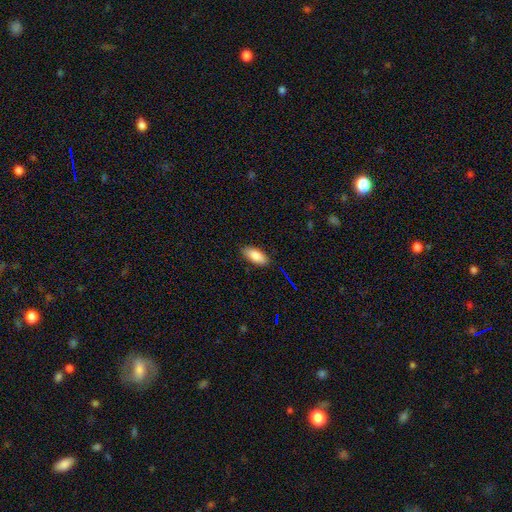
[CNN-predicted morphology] Q: Smooth or featured?
A: smooth (86%); runner-up: featured or disk (7%)
Q: How rounded?
A: in between (87%); runner-up: cigar-shaped (11%)
Q: Merging?
A: none (86%); runner-up: minor disturbance (11%)